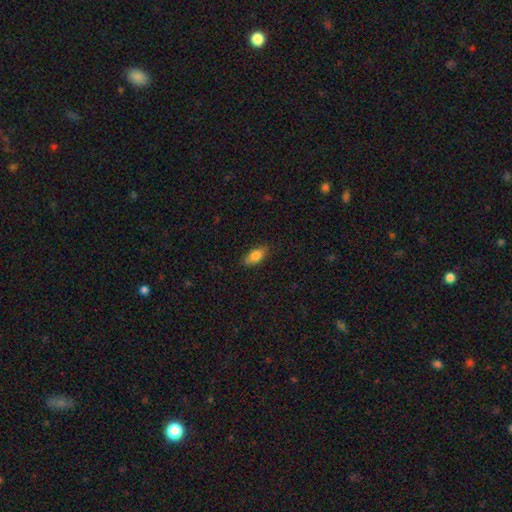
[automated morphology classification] Smooth or featured? Predicted: smooth (p=0.79). How rounded? Predicted: in between (p=0.81). Merging? Predicted: none (p=0.85).